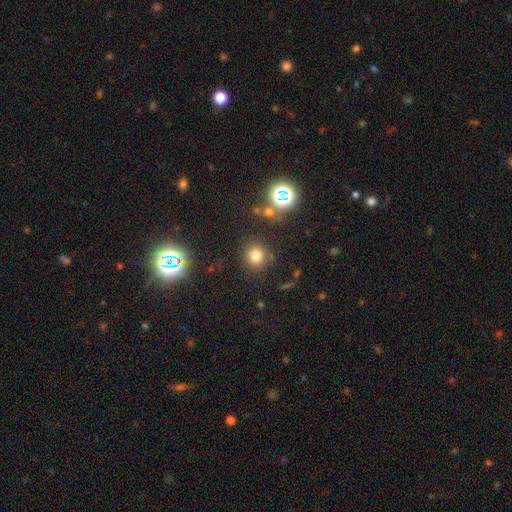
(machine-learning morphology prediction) Q: Smooth or featured?
A: smooth (74%); runner-up: star or artifact (19%)
Q: How rounded?
A: round (87%); runner-up: in between (12%)
Q: Merging?
A: none (81%); runner-up: minor disturbance (11%)